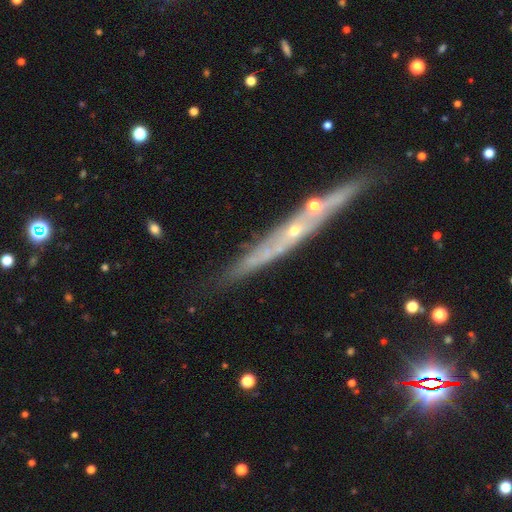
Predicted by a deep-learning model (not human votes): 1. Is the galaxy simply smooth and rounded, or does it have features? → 58% featured or disk, 31% smooth, 11% star or artifact.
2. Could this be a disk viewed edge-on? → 71% yes, 29% no.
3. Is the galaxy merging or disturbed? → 65% none, 16% minor disturbance, 14% merger, 5% major disturbance.